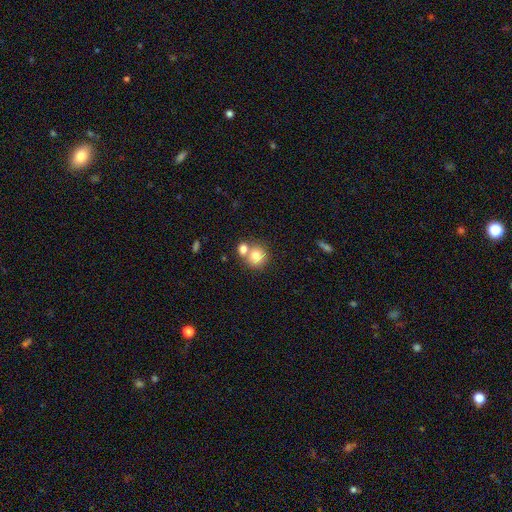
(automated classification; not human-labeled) smooth-or-featured: smooth: 77% | featured or disk: 13% | star or artifact: 10%
  how-rounded: round: 86% | in between: 13% | cigar-shaped: 1%
  merging: none: 47% | merger: 42% | minor disturbance: 8% | major disturbance: 3%